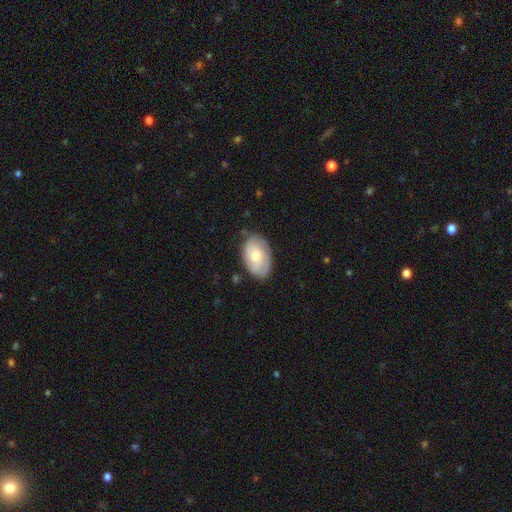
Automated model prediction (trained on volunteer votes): Q: Smooth or featured?
A: smooth (60%); runner-up: featured or disk (34%)
Q: How rounded?
A: in between (91%); runner-up: round (8%)
Q: Merging?
A: none (68%); runner-up: minor disturbance (26%)